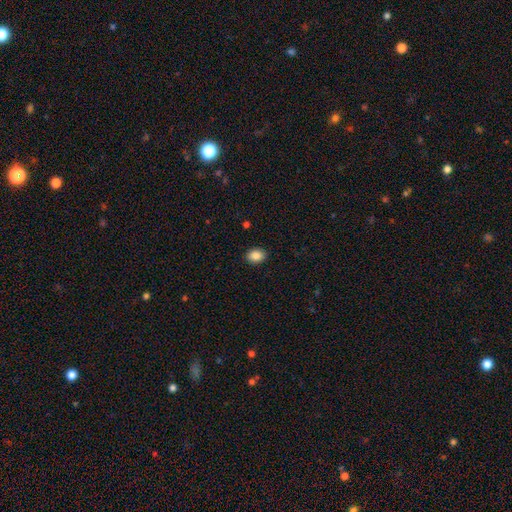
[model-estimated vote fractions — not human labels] Morphology: type=smooth (88%); roundness=in between (75%); merging=none (90%).